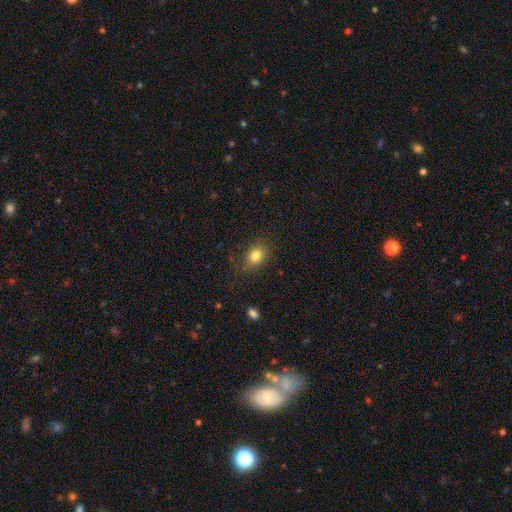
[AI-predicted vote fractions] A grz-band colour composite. It shows a smooth galaxy with no disk features (80%) that is in between round and cigar-shaped (58%). Merging: none (77%).